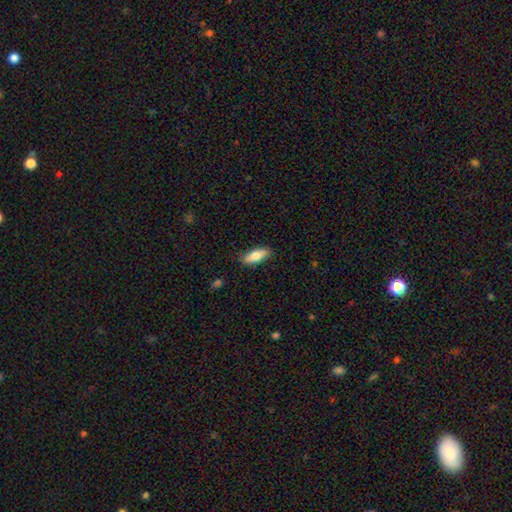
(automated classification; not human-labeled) A smooth galaxy with no disk features (76%) that is in between round and cigar-shaped (68%). Merging: none (86%).